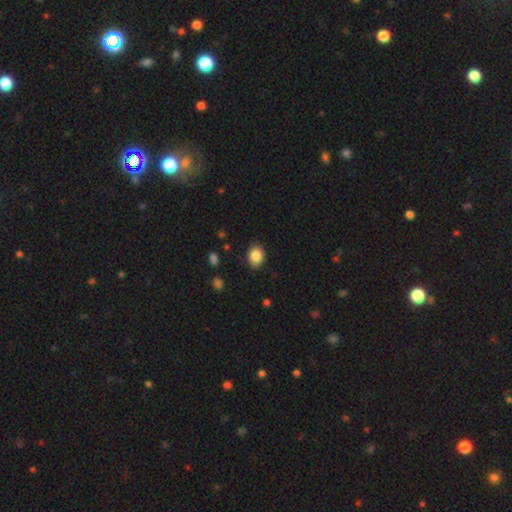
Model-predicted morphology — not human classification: Smooth or featured?
  - smooth: 87% *
  - star or artifact: 8%
  - featured or disk: 5%
How rounded?
  - in between: 64% *
  - round: 35%
  - cigar-shaped: 1%
Merging?
  - none: 87% *
  - minor disturbance: 10%
  - major disturbance: 2%
  - merger: 1%